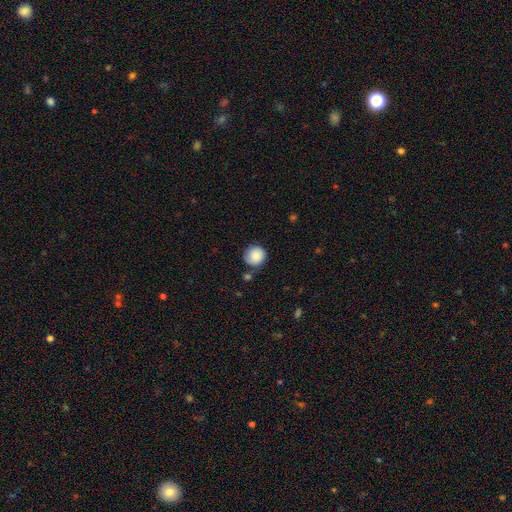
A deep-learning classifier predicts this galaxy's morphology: smooth_or_featured: smooth (p=0.84) [alt: featured or disk p=0.08]
how_rounded: round (p=0.91) [alt: in between p=0.08]
merging: none (p=0.75) [alt: minor disturbance p=0.16]